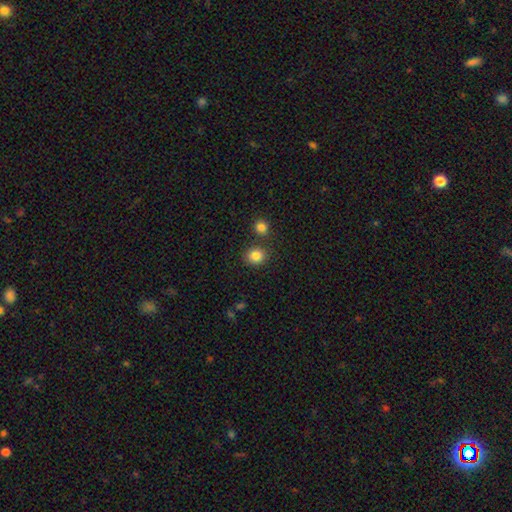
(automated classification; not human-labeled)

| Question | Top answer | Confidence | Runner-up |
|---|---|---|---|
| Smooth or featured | smooth | 84% | star or artifact (11%) |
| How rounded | round | 76% | in between (23%) |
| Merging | none | 80% | merger (9%) |